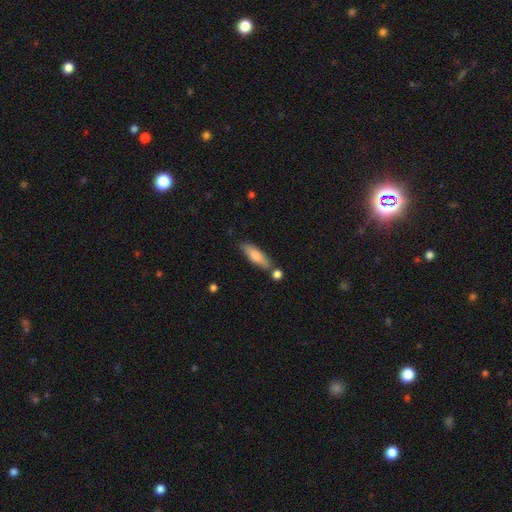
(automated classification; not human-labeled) Smooth or featured? Predicted: smooth (p=0.70). How rounded? Predicted: cigar-shaped (p=0.52). Merging? Predicted: none (p=0.71).